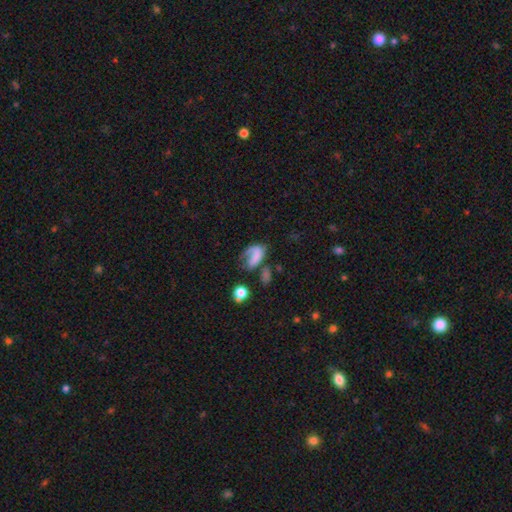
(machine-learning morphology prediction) The model was most divided on "smooth or featured": smooth: 48%, featured or disk: 39%, star or artifact: 13%. Remaining: merging — major disturbance (41%).